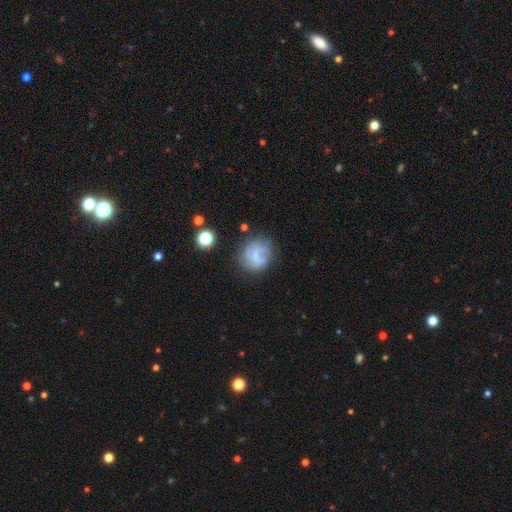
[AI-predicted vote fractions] The model was most divided on "smooth or featured": smooth: 52%, featured or disk: 37%, star or artifact: 11%. More confident: how rounded — round (79%); merging — none (59%).